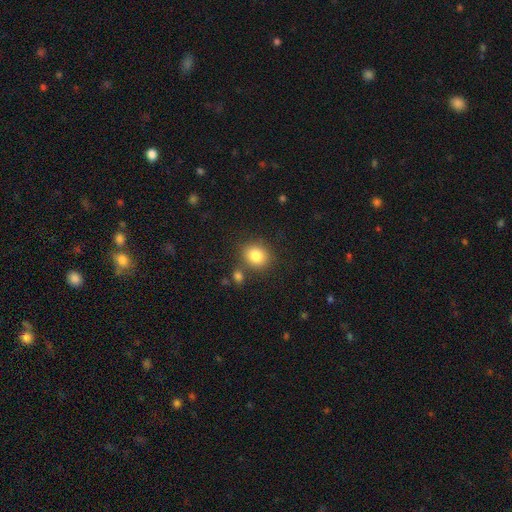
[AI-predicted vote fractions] smooth-or-featured: smooth: 84% | star or artifact: 10% | featured or disk: 7%
  how-rounded: round: 74% | in between: 25% | cigar-shaped: 1%
  merging: none: 77% | minor disturbance: 10% | merger: 9% | major disturbance: 3%